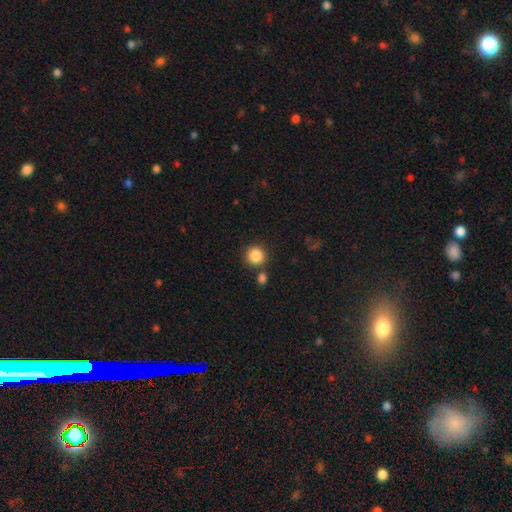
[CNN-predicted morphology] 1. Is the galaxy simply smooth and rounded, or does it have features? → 86% smooth, 10% star or artifact, 4% featured or disk.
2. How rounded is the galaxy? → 93% round, 7% in between, 1% cigar-shaped.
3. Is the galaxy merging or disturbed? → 79% none, 10% merger, 8% minor disturbance, 3% major disturbance.